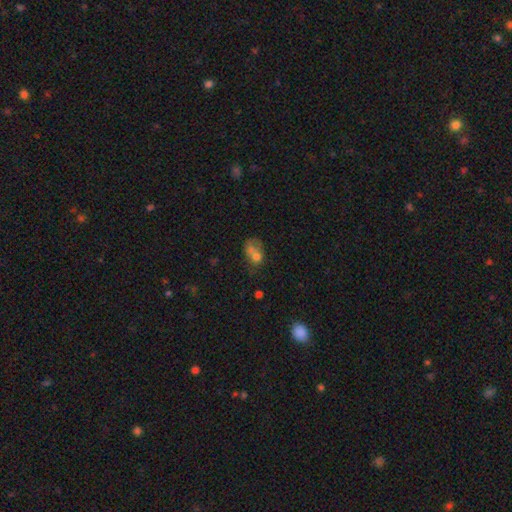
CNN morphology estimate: The model was most divided on "merging": merger: 31%, none: 25%, major disturbance: 24%, minor disturbance: 19%. More confident: how rounded — in between (66%); smooth or featured — smooth (61%).